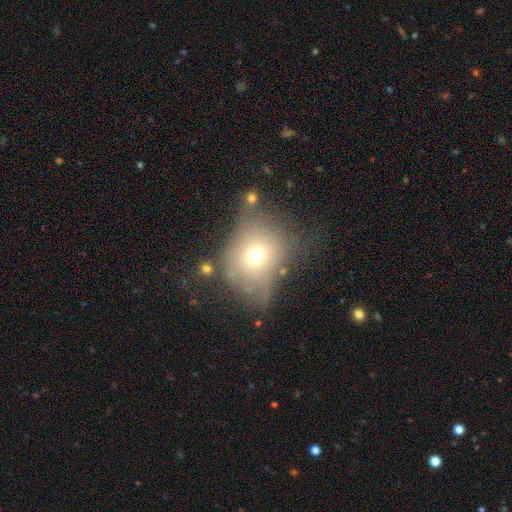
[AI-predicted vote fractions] Q: Smooth or featured?
A: smooth (61%); runner-up: featured or disk (24%)
Q: How rounded?
A: round (58%); runner-up: in between (41%)
Q: Merging?
A: none (44%); runner-up: minor disturbance (28%)